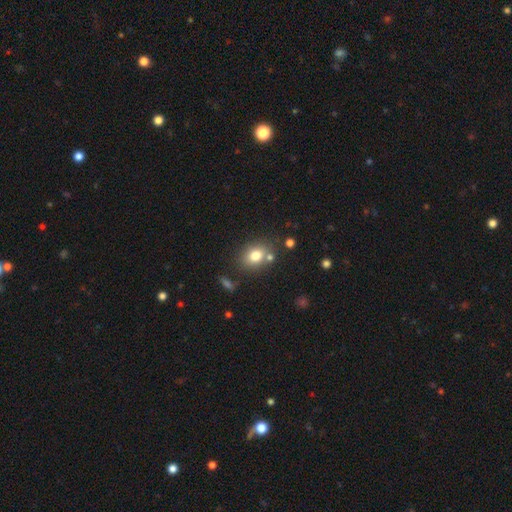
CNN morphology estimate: A smooth galaxy with no disk features (77%) that is in between round and cigar-shaped (50%).

Vote fractions:
- Smooth or featured? smooth: 77% / star or artifact: 11% / featured or disk: 11%
- How rounded? in between: 50% / round: 49% / cigar-shaped: 1%
- Merging? none: 72% / minor disturbance: 13% / merger: 12% / major disturbance: 4%